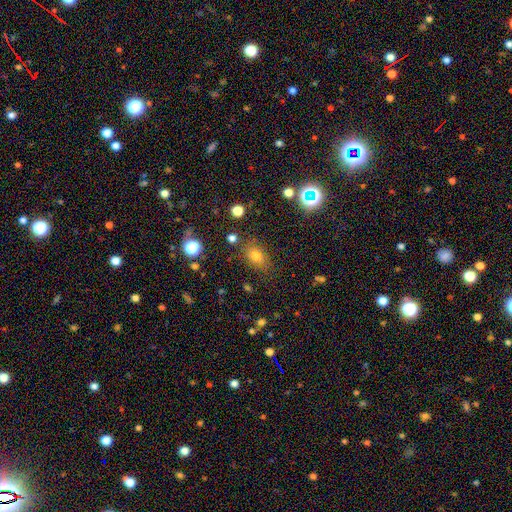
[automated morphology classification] Q: Smooth or featured?
A: smooth (69%); runner-up: star or artifact (21%)
Q: How rounded?
A: in between (75%); runner-up: round (23%)
Q: Merging?
A: none (81%); runner-up: minor disturbance (12%)